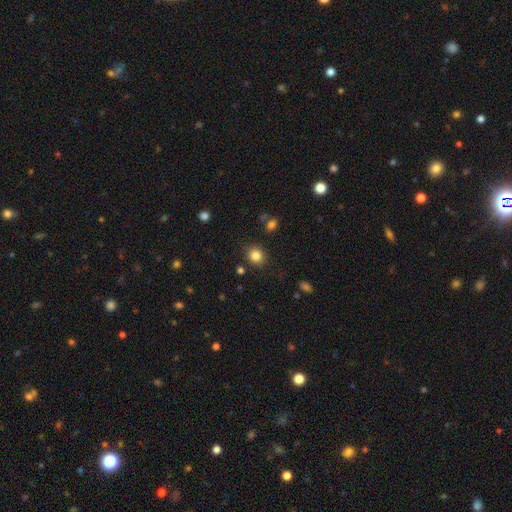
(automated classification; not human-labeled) A smooth galaxy with no disk features (84%) that is round (82%).

Vote fractions:
- Smooth or featured? smooth: 84% / star or artifact: 11% / featured or disk: 5%
- How rounded? round: 82% / in between: 18% / cigar-shaped: 1%
- Merging? none: 86% / minor disturbance: 8% / major disturbance: 3% / merger: 2%